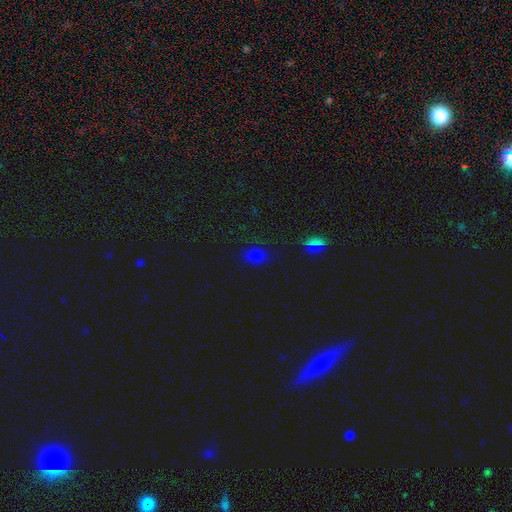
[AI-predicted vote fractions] Q: Smooth or featured?
A: smooth (76%); runner-up: star or artifact (19%)
Q: How rounded?
A: in between (56%); runner-up: round (43%)
Q: Merging?
A: none (85%); runner-up: minor disturbance (11%)